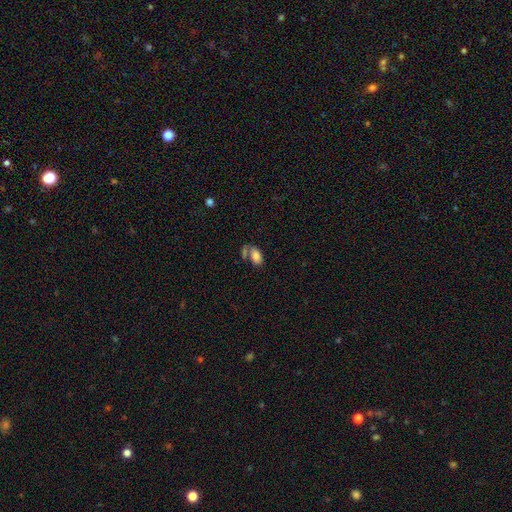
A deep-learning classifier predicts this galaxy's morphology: Smooth or featured?
  - smooth: 80% *
  - featured or disk: 11%
  - star or artifact: 9%
How rounded?
  - in between: 93% *
  - round: 5%
  - cigar-shaped: 3%
Merging?
  - none: 44% *
  - merger: 31%
  - minor disturbance: 16%
  - major disturbance: 9%